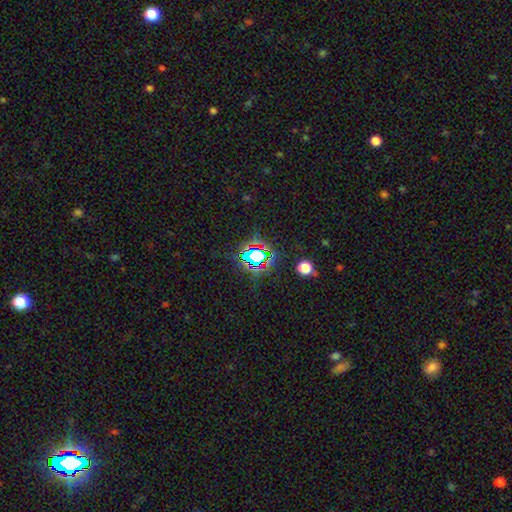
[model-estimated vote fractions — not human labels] Q: Smooth or featured?
A: star or artifact (71%); runner-up: smooth (17%)